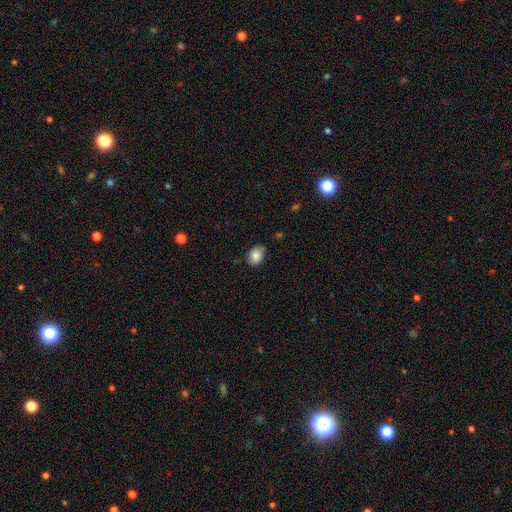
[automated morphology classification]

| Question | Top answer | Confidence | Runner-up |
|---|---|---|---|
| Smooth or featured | smooth | 84% | star or artifact (8%) |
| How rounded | in between | 60% | round (39%) |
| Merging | none | 73% | minor disturbance (22%) |